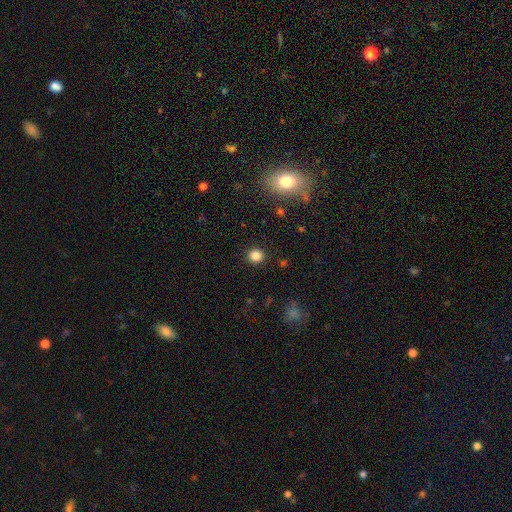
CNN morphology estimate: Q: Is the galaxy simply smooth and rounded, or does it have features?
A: smooth — 84%.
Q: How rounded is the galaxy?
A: round — 91%.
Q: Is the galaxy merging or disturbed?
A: none — 91%.